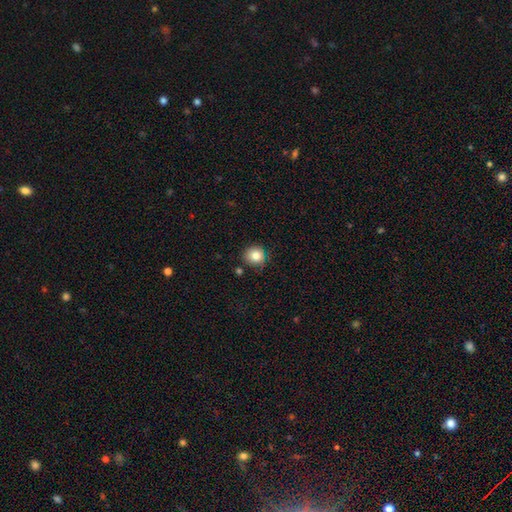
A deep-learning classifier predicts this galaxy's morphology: This is clearly a smooth galaxy (81%). How rounded: clearly round (89%). Merging: clearly none (82%).